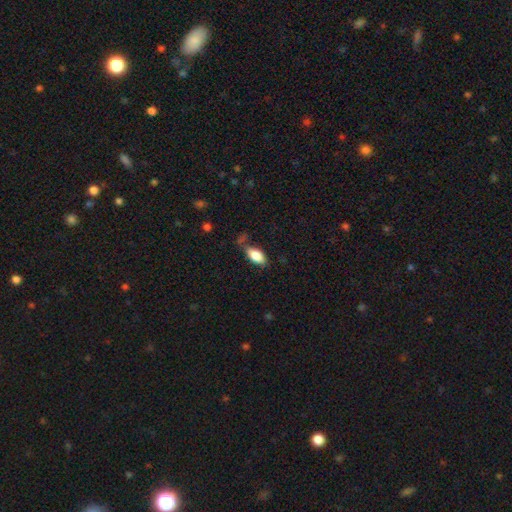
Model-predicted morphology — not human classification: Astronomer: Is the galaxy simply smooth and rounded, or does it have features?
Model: smooth — 83%.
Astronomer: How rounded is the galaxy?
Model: in between — 91%.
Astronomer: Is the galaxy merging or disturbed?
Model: none — 63%.